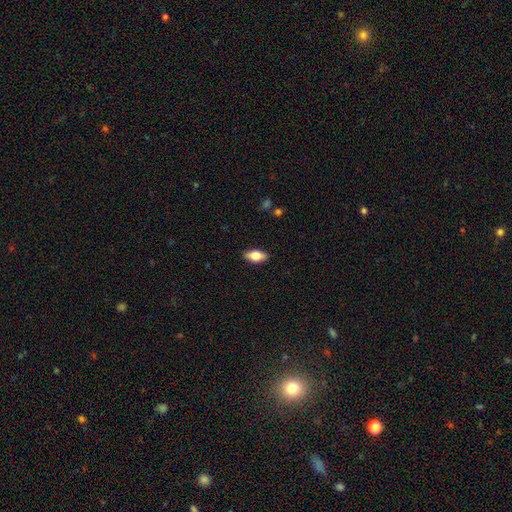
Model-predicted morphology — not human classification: Smooth or featured?
  - smooth: 74% *
  - featured or disk: 19%
  - star or artifact: 7%
How rounded?
  - in between: 88% *
  - cigar-shaped: 9%
  - round: 4%
Merging?
  - none: 89% *
  - minor disturbance: 9%
  - major disturbance: 2%
  - merger: 1%